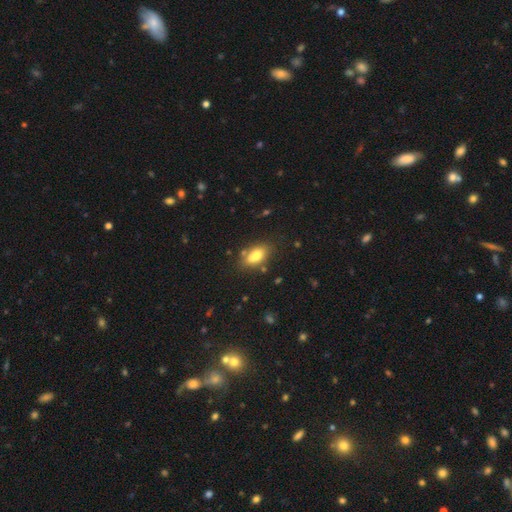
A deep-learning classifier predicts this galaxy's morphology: A smooth galaxy with no disk features (75%) that is in between round and cigar-shaped (86%). Merging: none (66%).